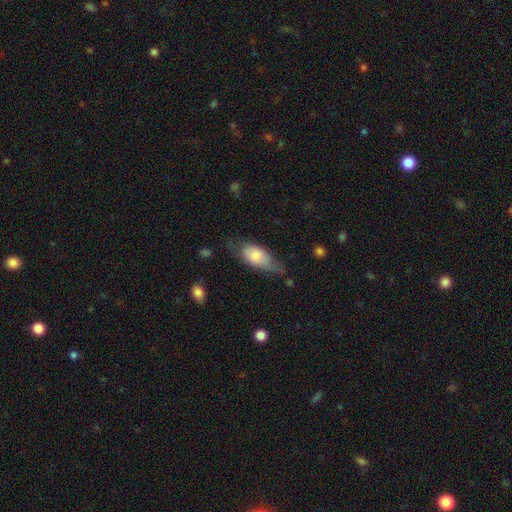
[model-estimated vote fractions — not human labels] Overall: smooth (70%). How rounded: in between (85%). Merging: none (46%; minor disturbance 35%).